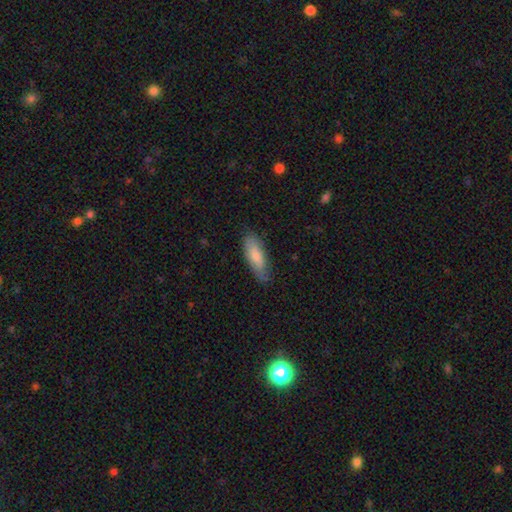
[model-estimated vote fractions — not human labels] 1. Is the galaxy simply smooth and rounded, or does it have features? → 76% smooth, 18% featured or disk, 6% star or artifact.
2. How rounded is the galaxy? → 63% in between, 35% cigar-shaped, 2% round.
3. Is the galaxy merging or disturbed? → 75% none, 20% minor disturbance, 4% major disturbance, 1% merger.